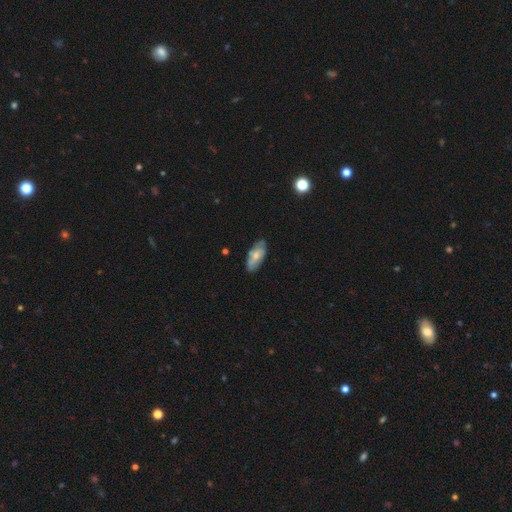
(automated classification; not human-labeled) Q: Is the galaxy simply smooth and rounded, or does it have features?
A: smooth — 56%.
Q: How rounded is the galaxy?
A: in between — 87%.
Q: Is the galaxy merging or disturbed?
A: none — 74%.